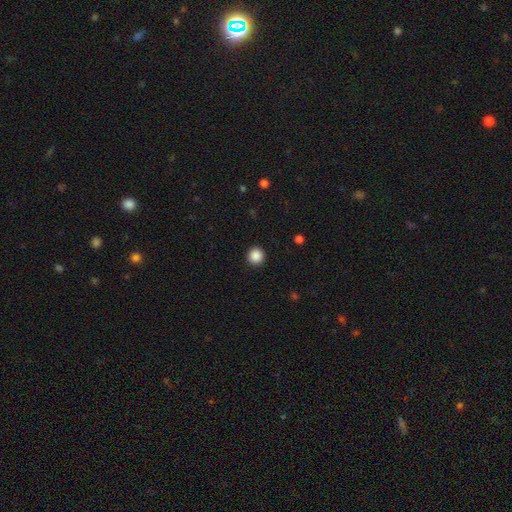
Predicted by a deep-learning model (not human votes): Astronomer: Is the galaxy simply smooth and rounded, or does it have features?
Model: smooth — 88%.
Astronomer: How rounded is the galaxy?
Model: round — 94%.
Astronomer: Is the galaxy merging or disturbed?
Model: none — 93%.